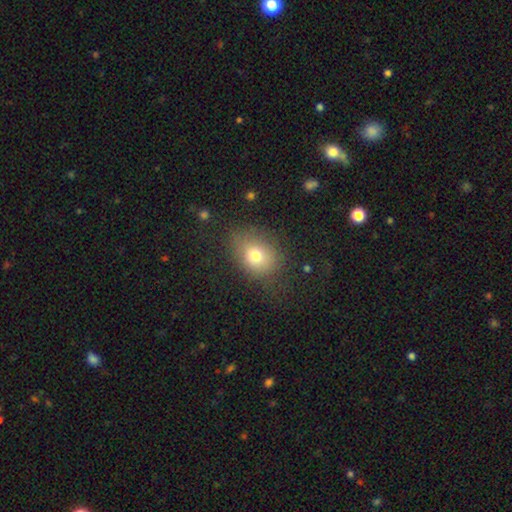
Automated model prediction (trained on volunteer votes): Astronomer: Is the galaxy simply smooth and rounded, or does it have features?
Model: smooth — 75%.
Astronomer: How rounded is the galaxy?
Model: in between — 50% (runner-up: round, 49%).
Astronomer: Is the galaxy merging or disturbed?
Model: none — 69%.